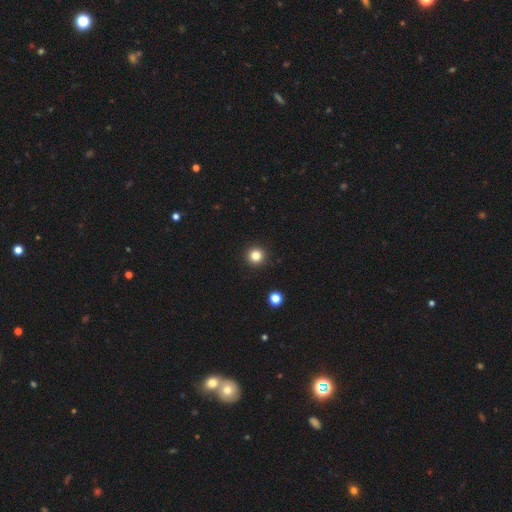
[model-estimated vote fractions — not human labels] Smooth or featured? Predicted: smooth (p=0.82). How rounded? Predicted: round (p=0.96). Merging? Predicted: none (p=0.93).